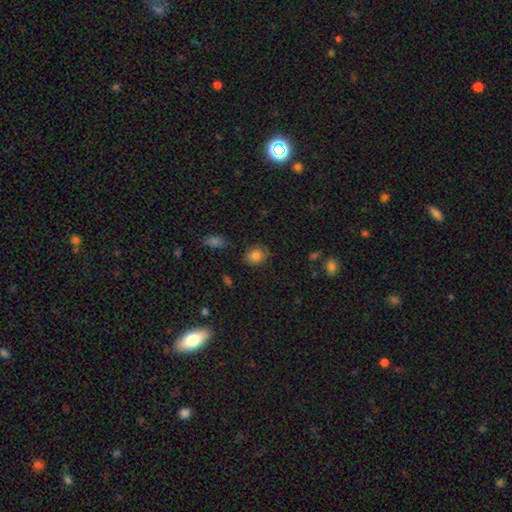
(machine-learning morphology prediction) This is clearly a smooth galaxy (83%). How rounded: likely round (61%). Merging: clearly none (81%).